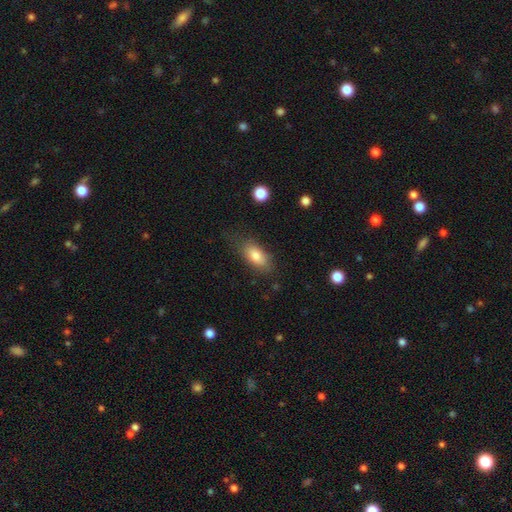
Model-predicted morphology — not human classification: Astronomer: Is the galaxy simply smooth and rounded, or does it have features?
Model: smooth — 80%.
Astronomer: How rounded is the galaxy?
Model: in between — 86%.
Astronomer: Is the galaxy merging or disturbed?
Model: none — 72%.